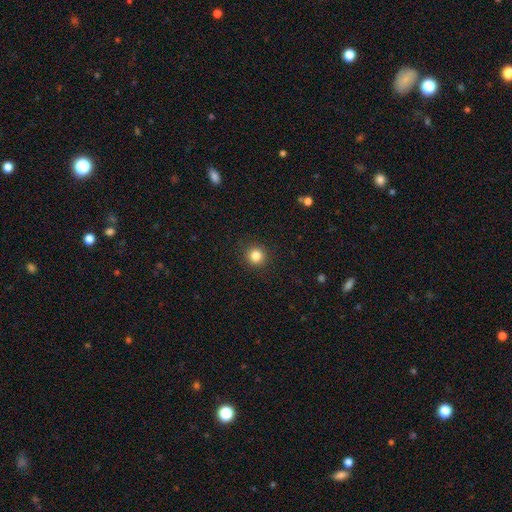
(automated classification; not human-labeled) Smooth or featured? smooth (84%)
How rounded? round (94%)
Merging? none (92%)